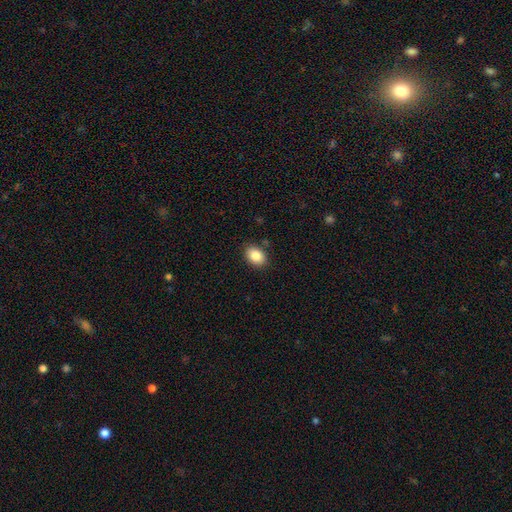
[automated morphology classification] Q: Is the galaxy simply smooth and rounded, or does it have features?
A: smooth — 86%.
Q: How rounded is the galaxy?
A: in between — 75%.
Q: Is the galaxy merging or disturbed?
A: none — 87%.